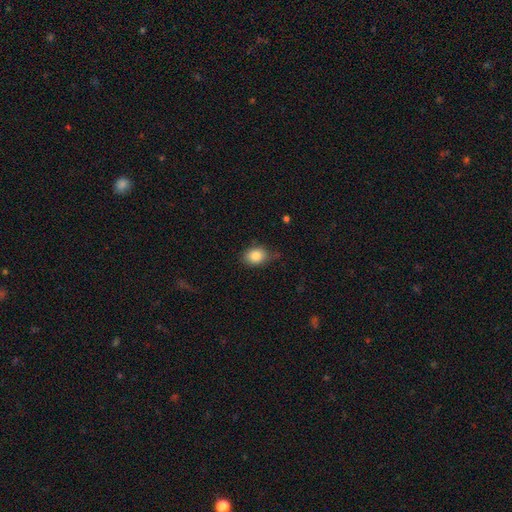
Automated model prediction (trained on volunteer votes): This appears to be a smooth galaxy with no disk features (85%) that is in between round and cigar-shaped (62%). Merging: none (72%).